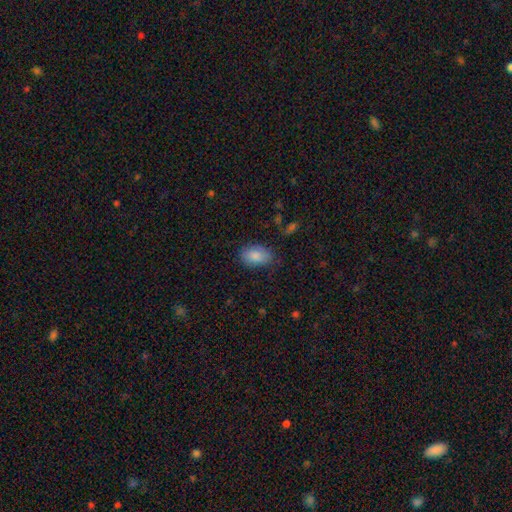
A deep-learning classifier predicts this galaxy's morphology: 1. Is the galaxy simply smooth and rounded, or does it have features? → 86% smooth, 7% star or artifact, 7% featured or disk.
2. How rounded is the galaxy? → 91% in between, 8% round, 1% cigar-shaped.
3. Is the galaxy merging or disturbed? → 76% none, 18% minor disturbance, 5% major disturbance, 1% merger.